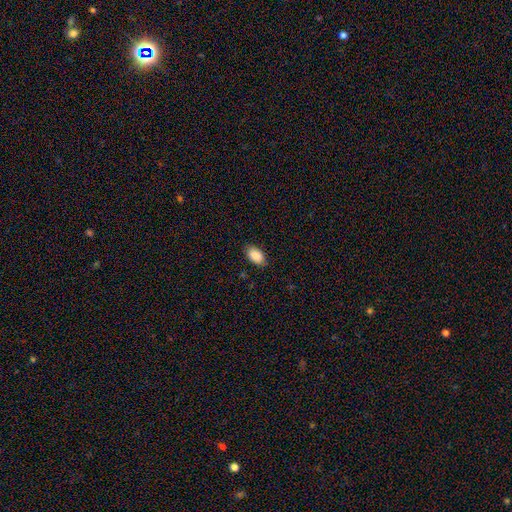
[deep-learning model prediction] smooth-or-featured: smooth: 89% | star or artifact: 7% | featured or disk: 4%
  how-rounded: in between: 93% | round: 6% | cigar-shaped: 2%
  merging: none: 83% | minor disturbance: 14% | major disturbance: 3% | merger: 1%